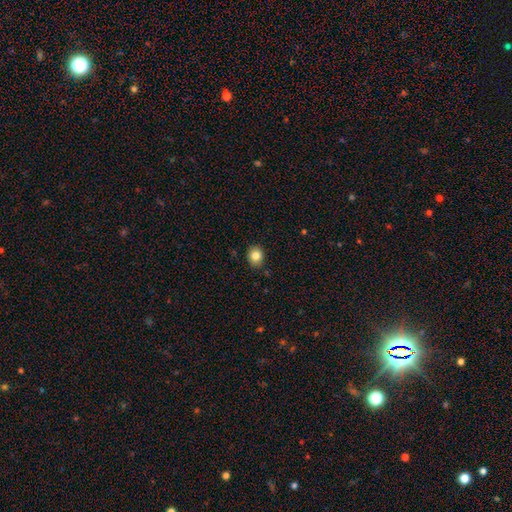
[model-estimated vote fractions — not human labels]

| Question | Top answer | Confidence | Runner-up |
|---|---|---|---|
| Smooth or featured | smooth | 83% | star or artifact (10%) |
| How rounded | round | 68% | in between (31%) |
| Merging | none | 88% | minor disturbance (9%) |